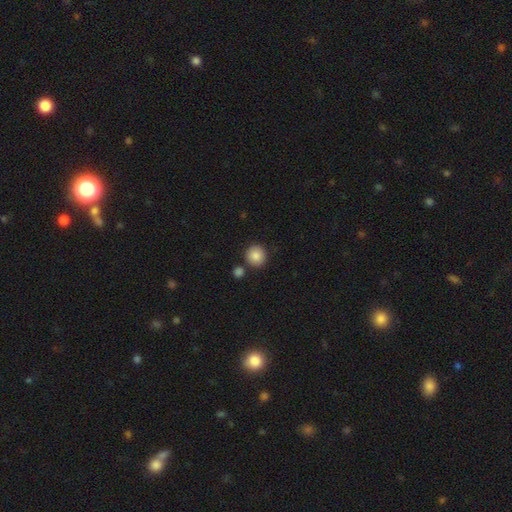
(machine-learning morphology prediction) Overall: smooth (86%). How rounded: round (91%). Merging: none (81%).